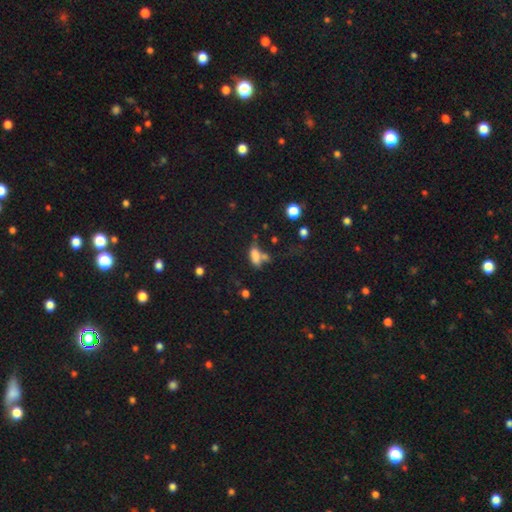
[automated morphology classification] Smooth or featured? Predicted: smooth (p=0.72). How rounded? Predicted: in between (p=0.81). Merging? Predicted: none (p=0.32).